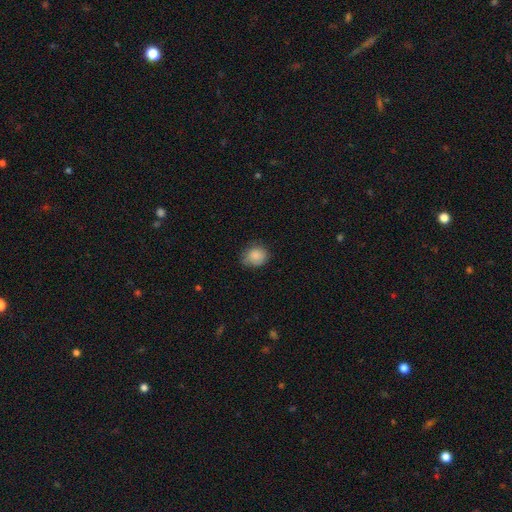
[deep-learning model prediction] Smooth or featured? smooth (86%)
How rounded? round (70%)
Merging? none (68%)